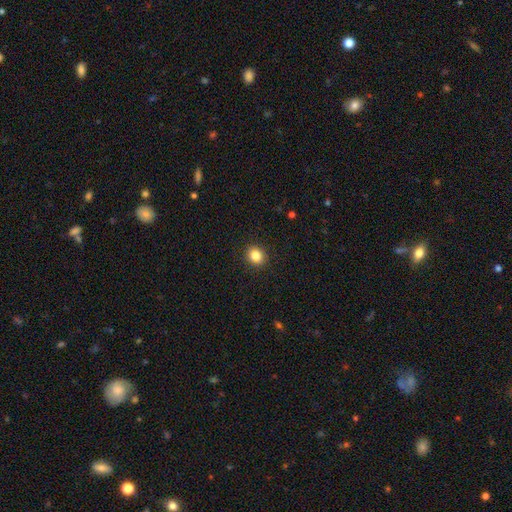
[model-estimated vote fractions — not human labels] Overall: smooth (84%). How rounded: round (71%). Merging: none (91%).